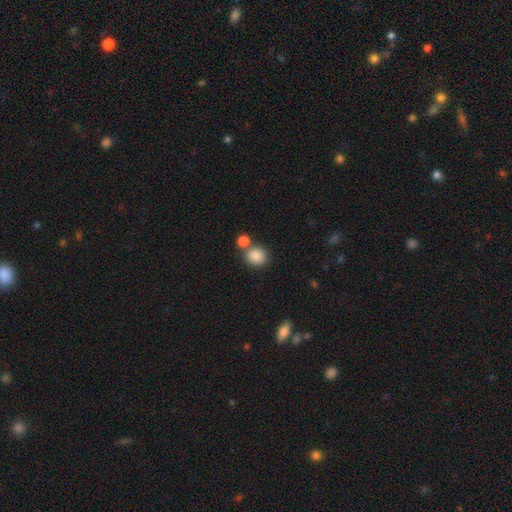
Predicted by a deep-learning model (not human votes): Smooth or featured: smooth — 86% (star or artifact — 9%)
How rounded: round — 76% (in between — 23%)
Merging: none — 62% (merger — 25%)